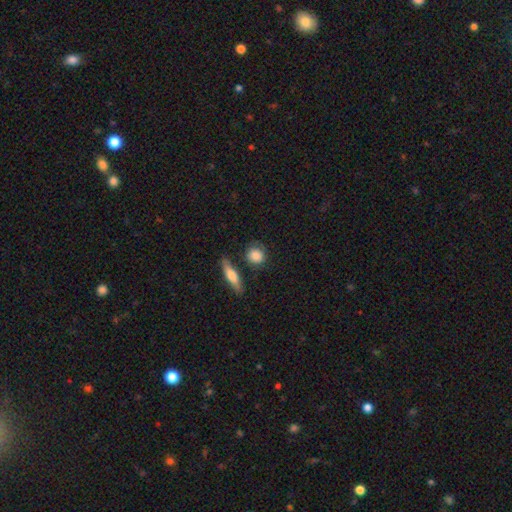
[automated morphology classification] Smooth or featured: smooth — 82% (featured or disk — 11%)
How rounded: round — 74% (in between — 21%)
Merging: none — 71% (minor disturbance — 17%)